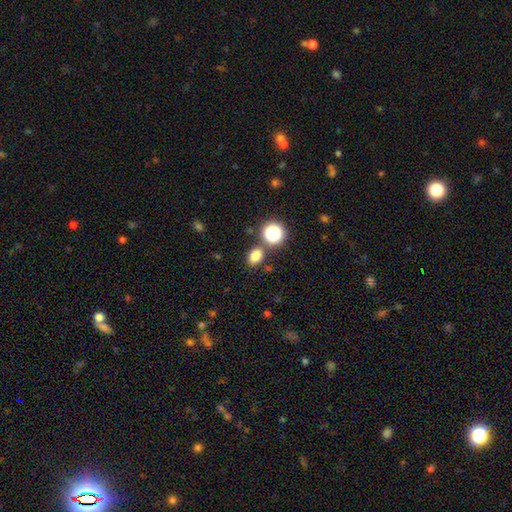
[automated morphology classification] Q: Smooth or featured?
A: smooth (78%); runner-up: star or artifact (16%)
Q: How rounded?
A: in between (61%); runner-up: round (38%)
Q: Merging?
A: none (79%); runner-up: minor disturbance (10%)